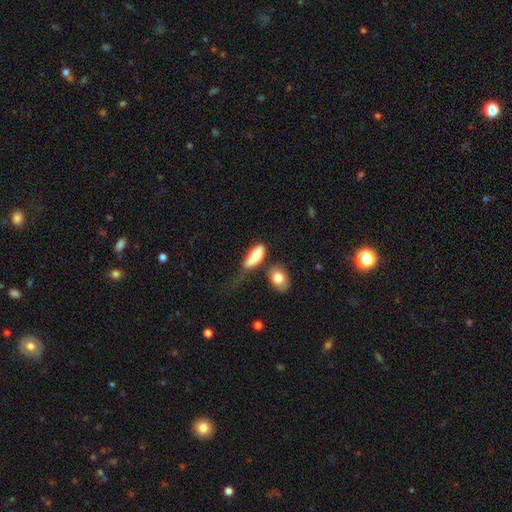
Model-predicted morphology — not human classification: Q: Smooth or featured?
A: smooth (74%); runner-up: featured or disk (19%)
Q: How rounded?
A: in between (79%); runner-up: cigar-shaped (17%)
Q: Merging?
A: major disturbance (29%); runner-up: none (26%)